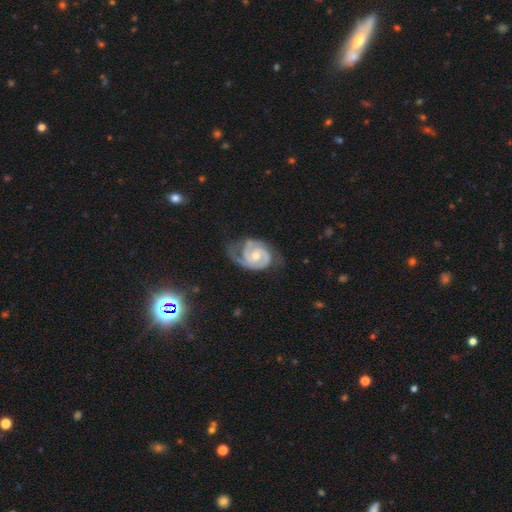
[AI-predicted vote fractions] The model was most divided on "bulge size": moderate: 56%, small: 40%, large: 2%, none: 1%, dominant: 1%. Remaining: edge-on disk — no (98%); spiral arms — yes (97%); smooth or featured — featured or disk (88%); spiral arm count — 2 (76%); bar — no (62%); spiral winding — tight (54%); merging — none (50%).